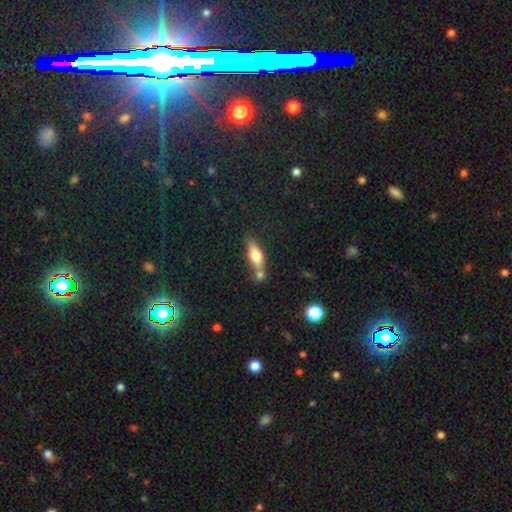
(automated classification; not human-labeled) Smooth or featured: smooth — 65% (featured or disk — 27%)
How rounded: in between — 60% (cigar-shaped — 35%)
Merging: none — 47% (merger — 35%)